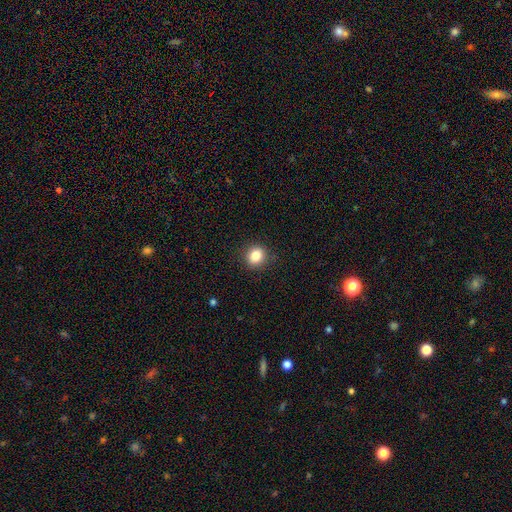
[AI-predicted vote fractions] smooth_or_featured: smooth (p=0.84) [alt: star or artifact p=0.11]
how_rounded: round (p=0.83) [alt: in between p=0.16]
merging: none (p=0.90) [alt: minor disturbance p=0.07]